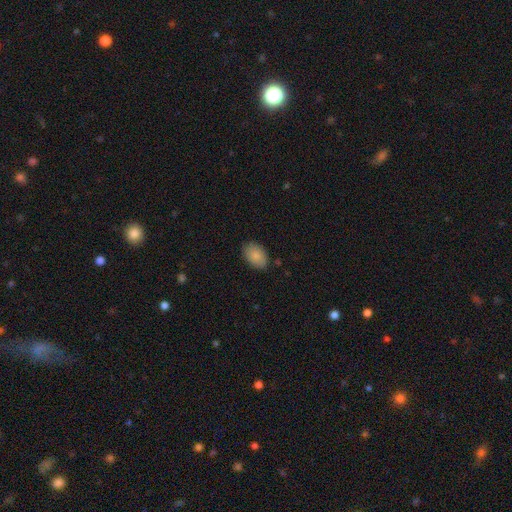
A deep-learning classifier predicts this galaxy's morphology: This is clearly a smooth galaxy (86%). How rounded: clearly in between (86%). Merging: clearly none (82%).